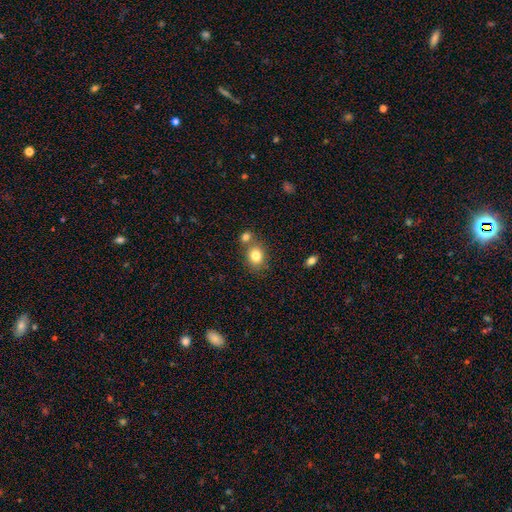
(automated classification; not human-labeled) Morphology: type=smooth (81%); roundness=round (57%); merging=none (61%).